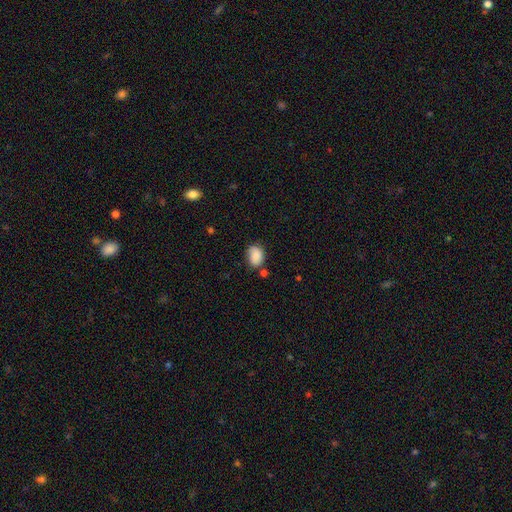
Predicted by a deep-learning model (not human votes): Smooth or featured? Predicted: smooth (p=0.84). How rounded? Predicted: in between (p=0.73). Merging? Predicted: none (p=0.66).